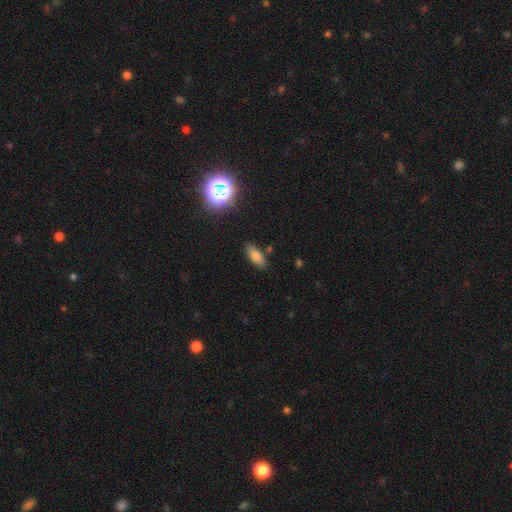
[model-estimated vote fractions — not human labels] Smooth or featured? Predicted: smooth (p=0.76). How rounded? Predicted: in between (p=0.79). Merging? Predicted: none (p=0.84).